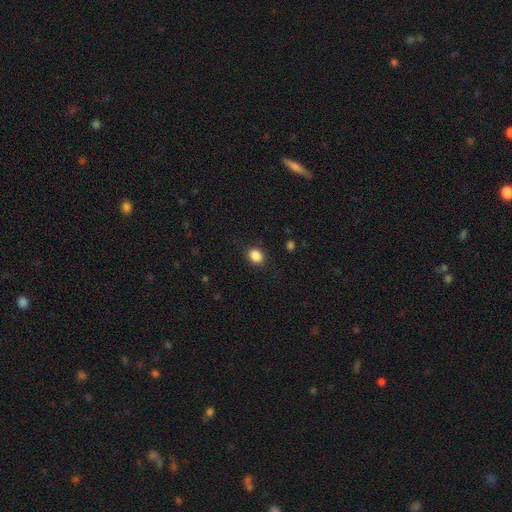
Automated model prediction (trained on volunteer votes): smooth_or_featured: smooth (p=0.87) [alt: star or artifact p=0.10]
how_rounded: in between (p=0.50) [alt: round p=0.49]
merging: none (p=0.87) [alt: minor disturbance p=0.09]